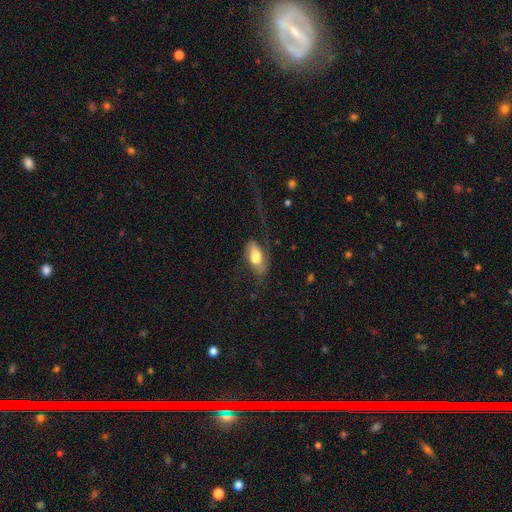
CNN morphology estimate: smooth 58%, featured or disk 35%, star or artifact 7%. Down the decision tree: how rounded — in between (89%); merging — major disturbance (40%).